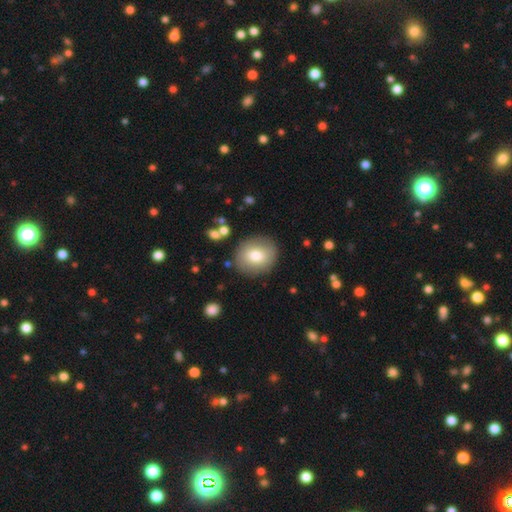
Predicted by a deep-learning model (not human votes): A smooth galaxy with no disk features (74%) that is round (77%).

Vote fractions:
- Smooth or featured? smooth: 74% / featured or disk: 18% / star or artifact: 8%
- How rounded? round: 77% / in between: 22% / cigar-shaped: 1%
- Merging? none: 85% / minor disturbance: 10% / major disturbance: 3% / merger: 2%